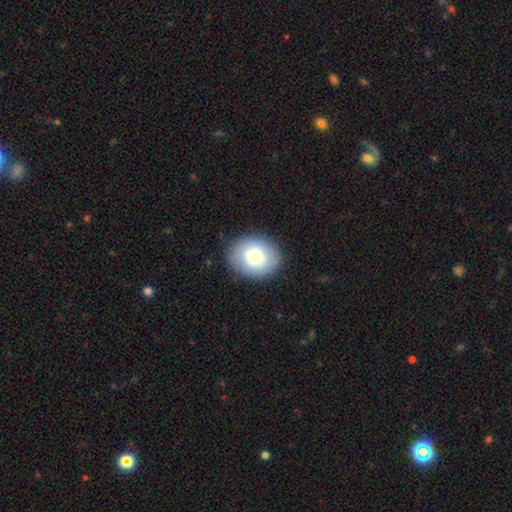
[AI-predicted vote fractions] This appears to be a smooth galaxy with no disk features (75%) that is round (63%). Merging: none (83%).